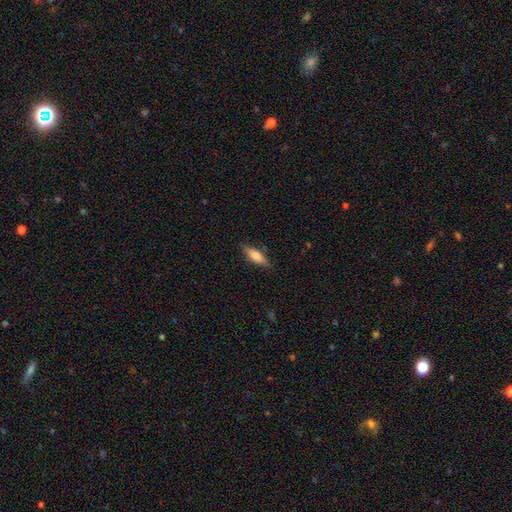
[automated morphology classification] This is likely a smooth galaxy (63%). How rounded: possibly cigar-shaped (49%). Merging: clearly none (82%).